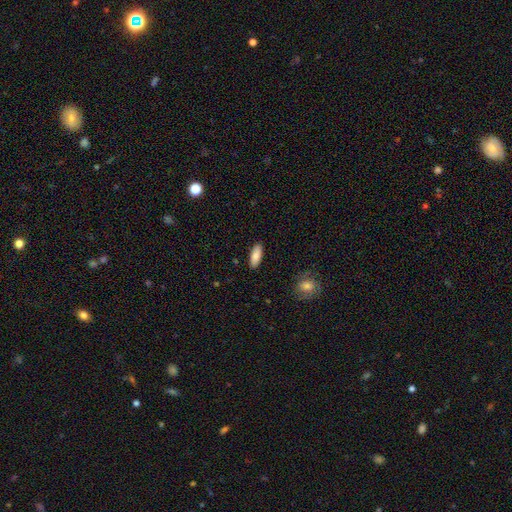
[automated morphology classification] The model was most divided on "how rounded": in between: 72%, cigar-shaped: 26%, round: 2%. More confident: merging — none (89%); smooth or featured — smooth (86%).